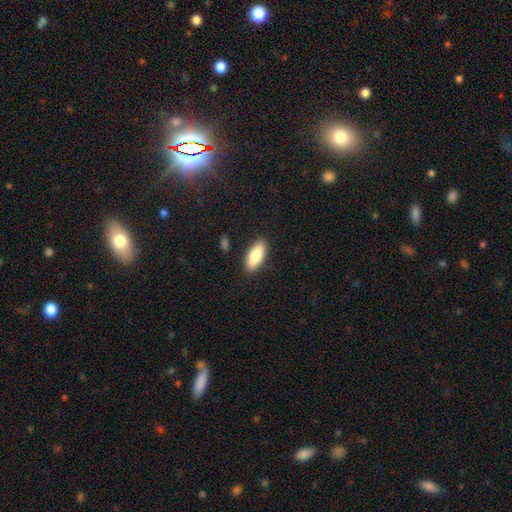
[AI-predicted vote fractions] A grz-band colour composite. It shows a smooth galaxy with no disk features (80%) that is in between round and cigar-shaped (78%). Merging: none (89%).